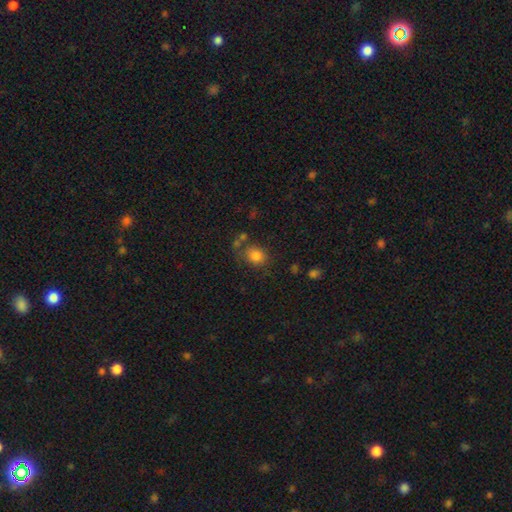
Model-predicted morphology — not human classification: Overall: smooth (82%). How rounded: round (64%; in between 35%). Merging: none (63%).